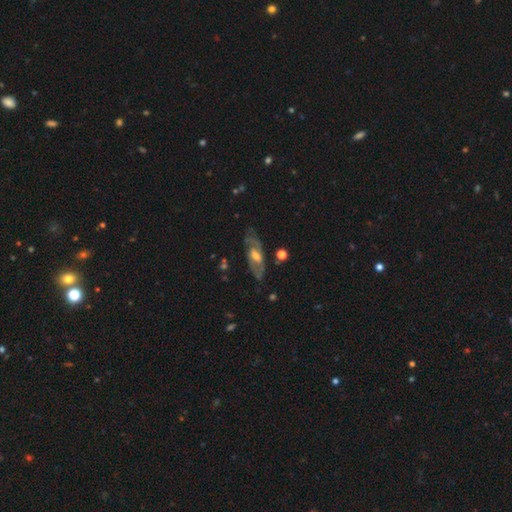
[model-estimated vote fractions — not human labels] This is likely a featured or disk galaxy (69%). It is clearly not viewed edge-on (82%). Bar: possibly weak (45%). Spiral arm pattern: likely yes (68%). Central bulge: possibly moderate (51%). Merging: likely none (71%).